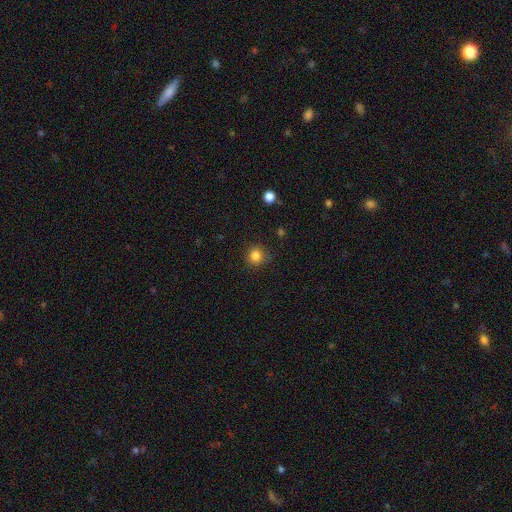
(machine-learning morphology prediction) A smooth galaxy with no disk features (83%) that is round (91%). Merging: none (86%).